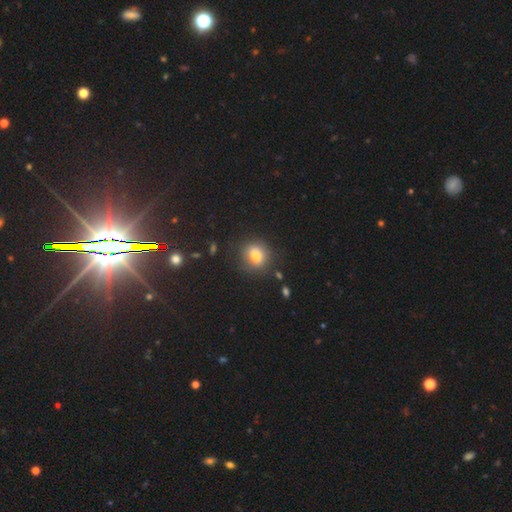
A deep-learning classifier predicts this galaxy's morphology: Smooth or featured? Predicted: smooth (p=0.76). How rounded? Predicted: round (p=0.76). Merging? Predicted: none (p=0.81).